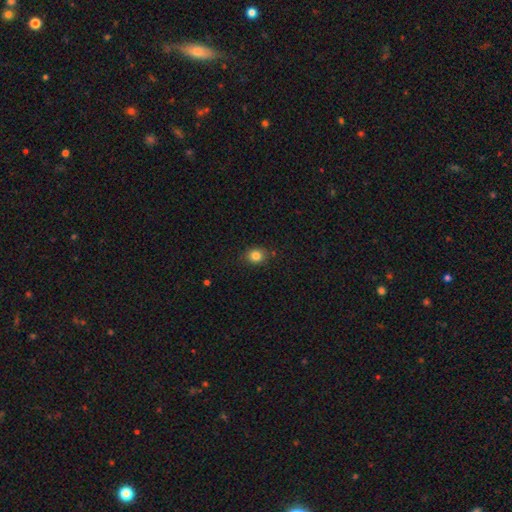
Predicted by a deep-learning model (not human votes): smooth_or_featured: smooth (p=0.84) [alt: star or artifact p=0.11]
how_rounded: round (p=0.70) [alt: in between p=0.29]
merging: none (p=0.85) [alt: minor disturbance p=0.10]